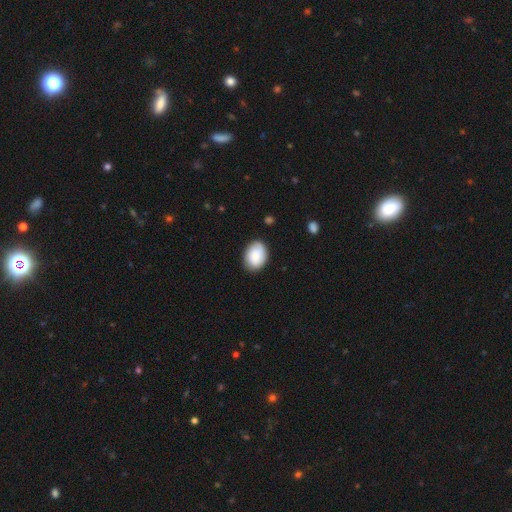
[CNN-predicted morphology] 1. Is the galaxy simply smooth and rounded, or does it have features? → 79% smooth, 14% featured or disk, 7% star or artifact.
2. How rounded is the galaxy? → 72% in between, 27% round, 1% cigar-shaped.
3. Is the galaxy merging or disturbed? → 81% none, 15% minor disturbance, 3% major disturbance, 1% merger.